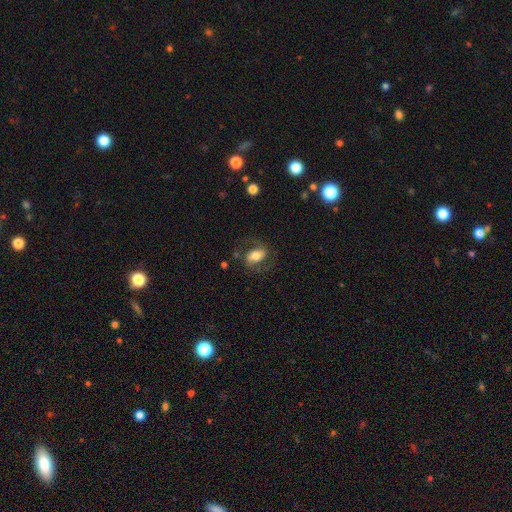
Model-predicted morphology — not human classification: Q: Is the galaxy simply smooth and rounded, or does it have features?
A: featured or disk — 49%.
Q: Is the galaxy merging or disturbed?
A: none — 68%.